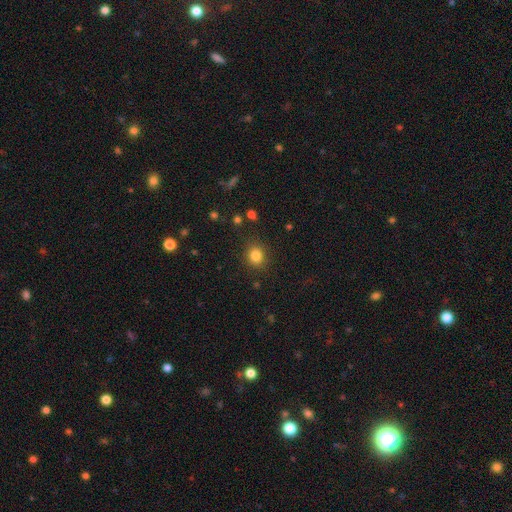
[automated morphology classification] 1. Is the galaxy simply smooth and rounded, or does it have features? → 83% smooth, 12% star or artifact, 5% featured or disk.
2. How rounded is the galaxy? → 75% round, 24% in between, 1% cigar-shaped.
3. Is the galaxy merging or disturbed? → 88% none, 8% minor disturbance, 3% major disturbance, 2% merger.